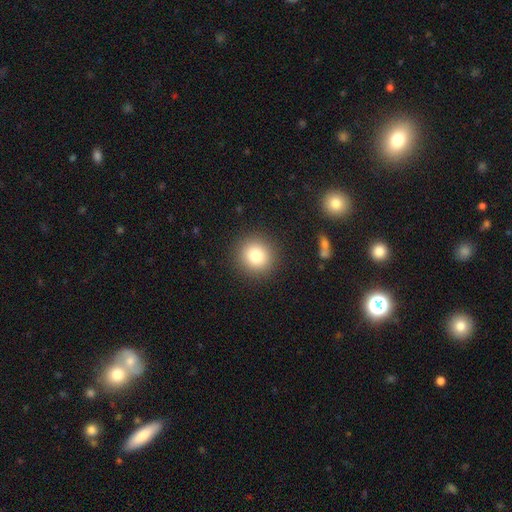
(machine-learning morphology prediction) type=smooth (81%); roundness=round (92%); merging=none (91%).